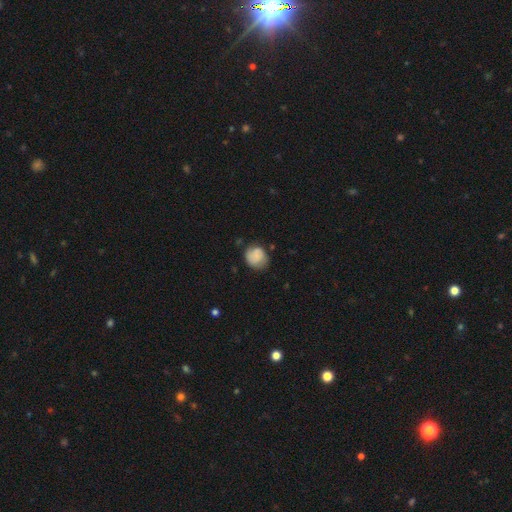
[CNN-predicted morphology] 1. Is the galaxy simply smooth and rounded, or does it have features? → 78% smooth, 14% featured or disk, 8% star or artifact.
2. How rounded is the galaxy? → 78% round, 21% in between, 1% cigar-shaped.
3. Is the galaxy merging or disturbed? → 65% none, 26% minor disturbance, 7% major disturbance, 2% merger.